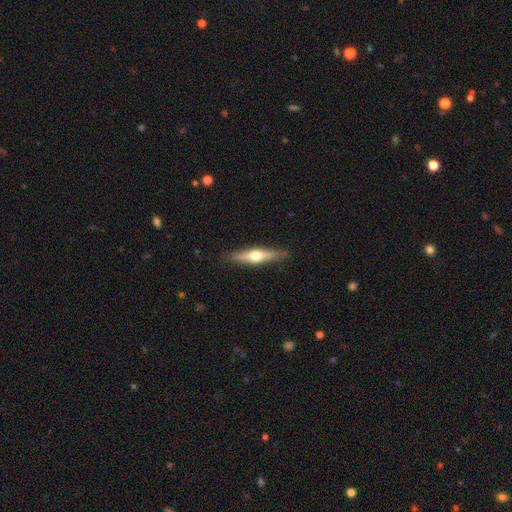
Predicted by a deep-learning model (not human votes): Smooth or featured? featured or disk (58%)
Edge-on disk? yes (95%)
Edge-on bulge? rounded (94%)
Merging? none (88%)